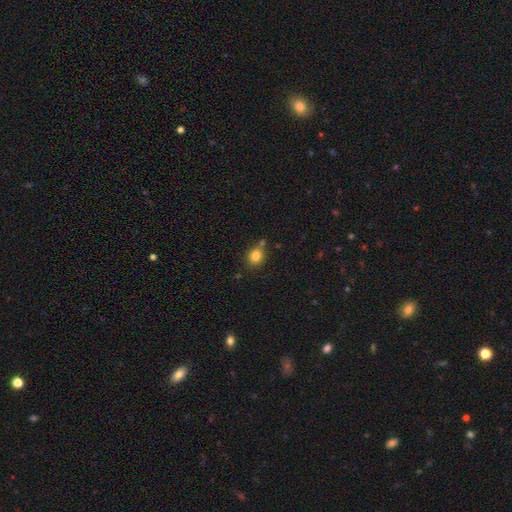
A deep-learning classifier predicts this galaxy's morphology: A smooth galaxy with no disk features (81%) that is round (72%). Merging: none (64%).